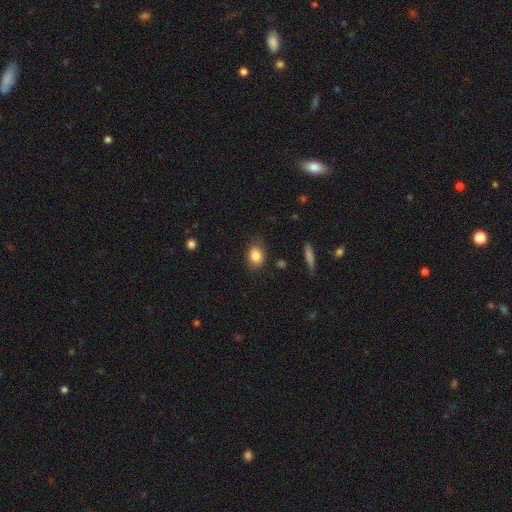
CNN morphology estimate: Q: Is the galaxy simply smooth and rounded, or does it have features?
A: smooth — 86%.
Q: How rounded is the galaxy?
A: in between — 67%.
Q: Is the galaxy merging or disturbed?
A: none — 80%.